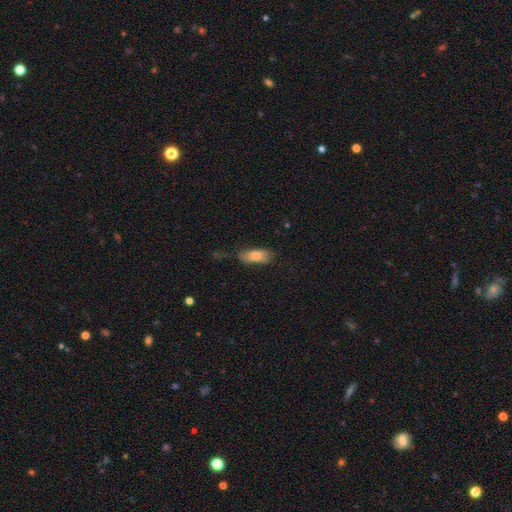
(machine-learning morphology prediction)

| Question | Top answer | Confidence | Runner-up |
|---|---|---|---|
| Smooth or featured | smooth | 78% | featured or disk (14%) |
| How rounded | in between | 78% | cigar-shaped (19%) |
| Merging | none | 51% | minor disturbance (30%) |